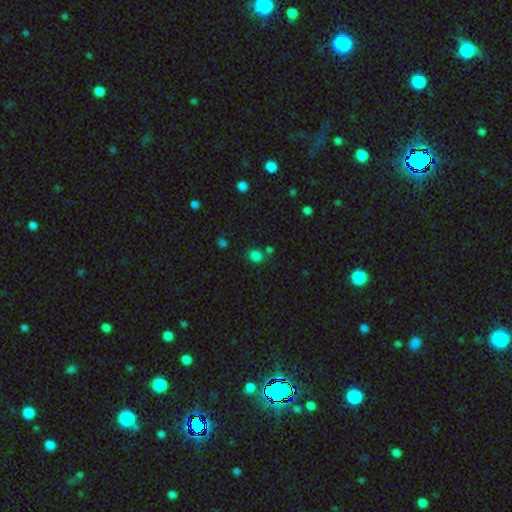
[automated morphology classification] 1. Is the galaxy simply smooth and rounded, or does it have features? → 78% smooth, 17% star or artifact, 5% featured or disk.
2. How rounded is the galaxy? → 58% round, 41% in between, 1% cigar-shaped.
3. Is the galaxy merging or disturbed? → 72% none, 13% minor disturbance, 11% merger, 4% major disturbance.